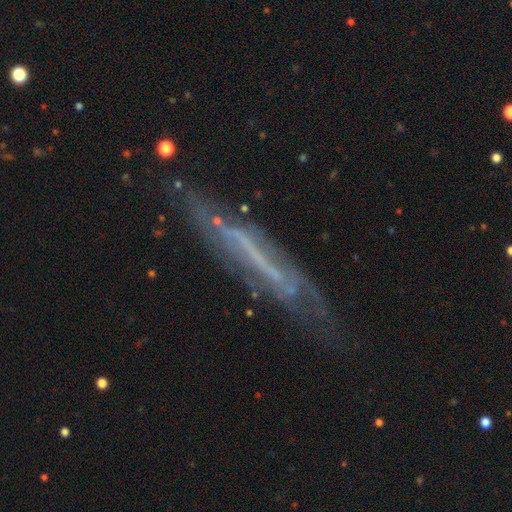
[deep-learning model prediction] Smooth or featured? featured or disk (73%)
Edge-on disk? yes (59%)
Merging? none (59%)